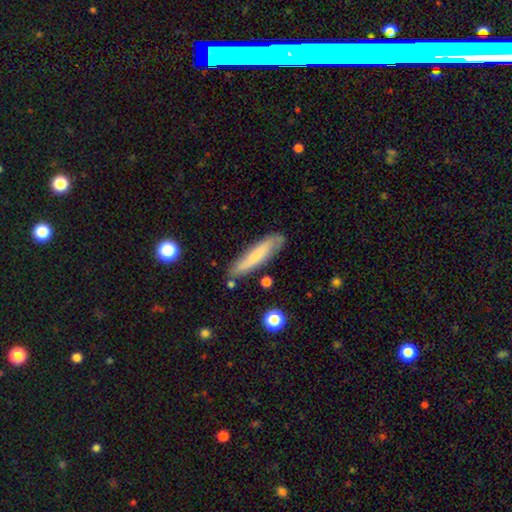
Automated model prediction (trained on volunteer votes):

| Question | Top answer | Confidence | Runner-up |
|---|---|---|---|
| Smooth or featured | smooth | 60% | featured or disk (33%) |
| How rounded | cigar-shaped | 82% | in between (16%) |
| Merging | none | 77% | minor disturbance (17%) |